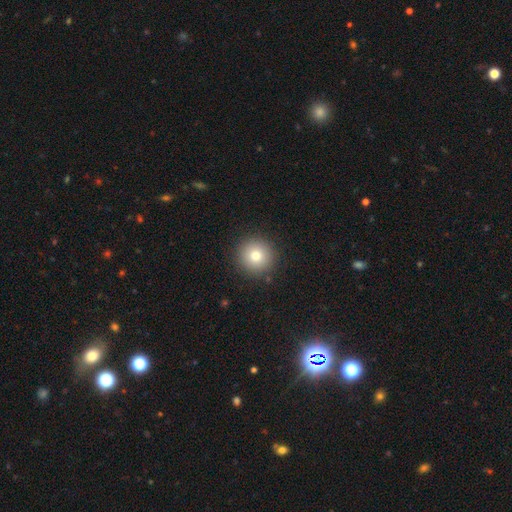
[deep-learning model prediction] Smooth or featured? Predicted: smooth (p=0.78). How rounded? Predicted: round (p=0.95). Merging? Predicted: none (p=0.91).